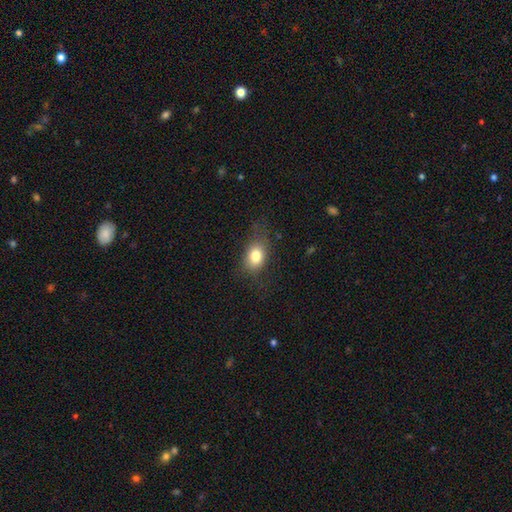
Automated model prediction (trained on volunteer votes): smooth-or-featured: smooth: 79% | featured or disk: 10% | star or artifact: 10%
  how-rounded: in between: 69% | round: 29% | cigar-shaped: 2%
  merging: none: 69% | minor disturbance: 20% | major disturbance: 9% | merger: 1%